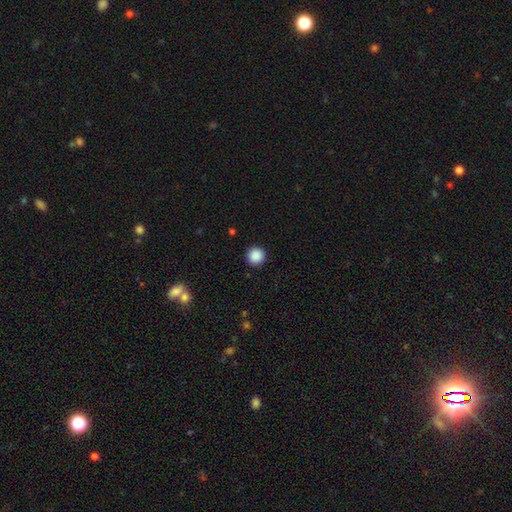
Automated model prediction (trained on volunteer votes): Smooth or featured? Predicted: smooth (p=0.88). How rounded? Predicted: round (p=0.95). Merging? Predicted: none (p=0.92).